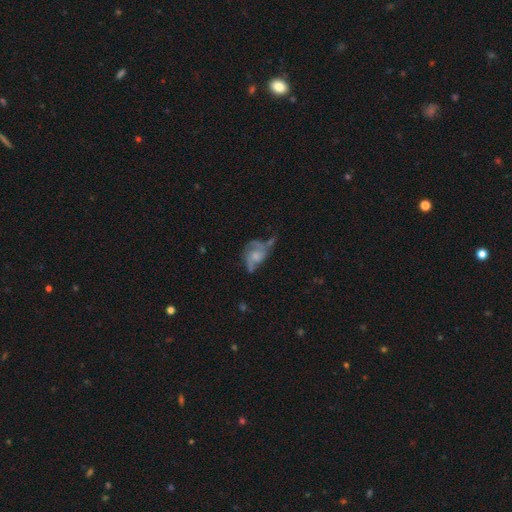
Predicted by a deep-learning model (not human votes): Overall: featured or disk (66%). Edge-on disk: no (97%). Bar: no (72%). Spiral arms: yes (78%). Bulge size: moderate (38%; small 29%). Merging: none (31%; major disturbance 30%).